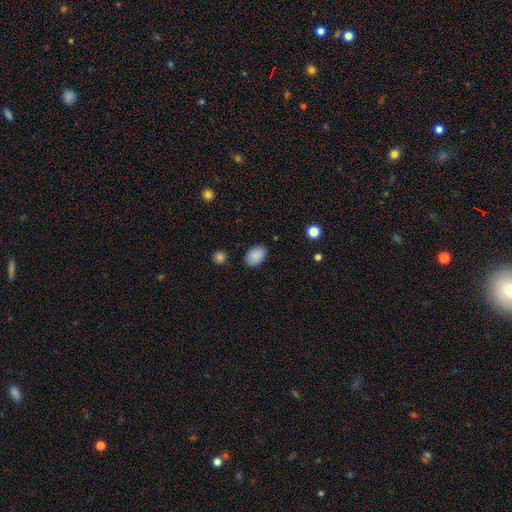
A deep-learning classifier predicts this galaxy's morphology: This is clearly a smooth galaxy (89%). How rounded: clearly in between (87%). Merging: clearly none (86%).